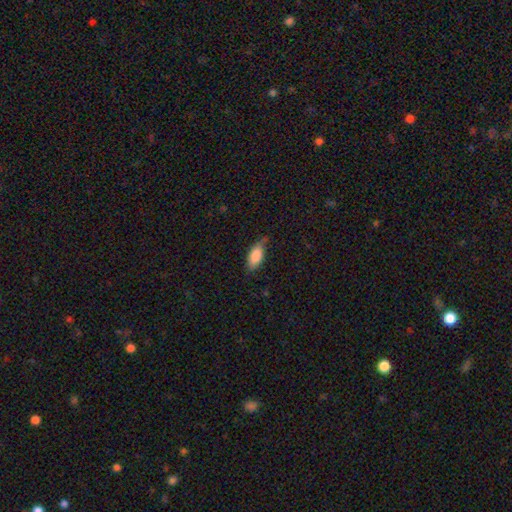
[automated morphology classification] Smooth or featured: smooth — 84% (featured or disk — 10%)
How rounded: in between — 86% (cigar-shaped — 12%)
Merging: none — 65% (minor disturbance — 28%)